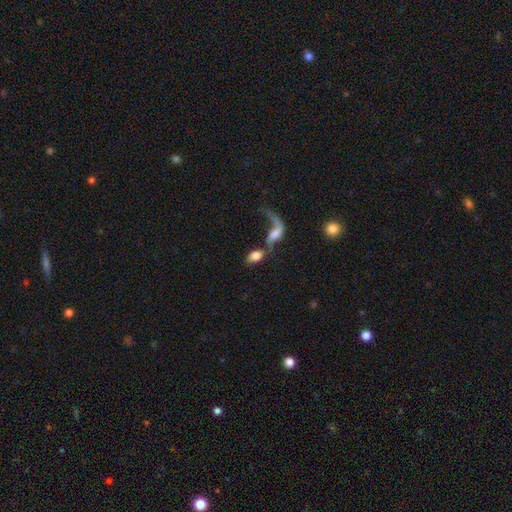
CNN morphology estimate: Smooth or featured: smooth — 68% (featured or disk — 24%)
How rounded: in between — 86% (round — 10%)
Merging: merger — 57% (none — 21%)